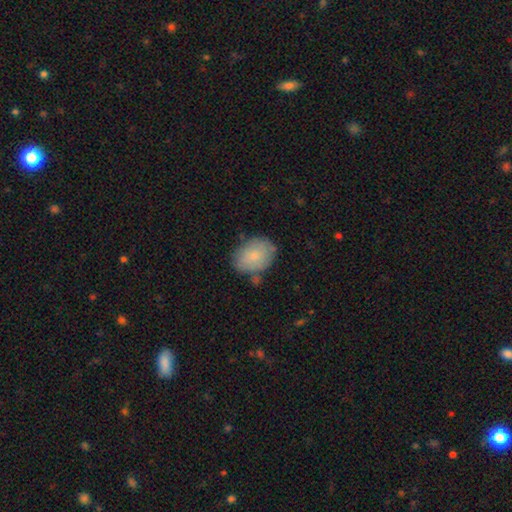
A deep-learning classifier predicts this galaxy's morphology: Smooth or featured? smooth (78%)
How rounded? in between (72%)
Merging? none (69%)